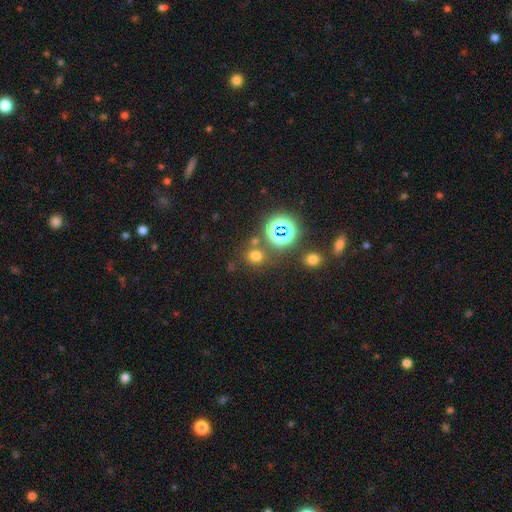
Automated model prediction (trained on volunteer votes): This is likely a smooth galaxy (64%). How rounded: clearly round (88%). Merging: likely none (77%).